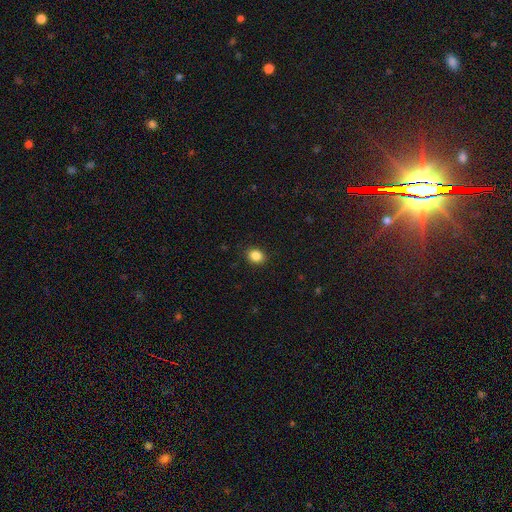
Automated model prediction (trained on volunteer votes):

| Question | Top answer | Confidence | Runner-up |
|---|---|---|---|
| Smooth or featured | smooth | 86% | star or artifact (10%) |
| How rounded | round | 64% | in between (35%) |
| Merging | none | 90% | minor disturbance (7%) |